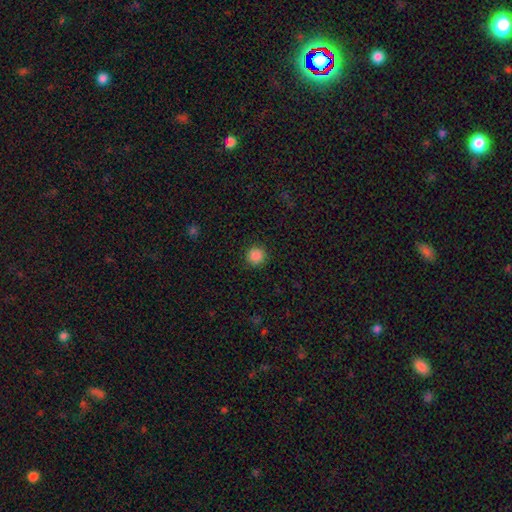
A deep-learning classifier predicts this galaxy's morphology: Smooth or featured?
  - smooth: 87% *
  - star or artifact: 10%
  - featured or disk: 3%
How rounded?
  - round: 95% *
  - in between: 5%
  - cigar-shaped: 1%
Merging?
  - none: 91% *
  - minor disturbance: 6%
  - major disturbance: 2%
  - merger: 1%